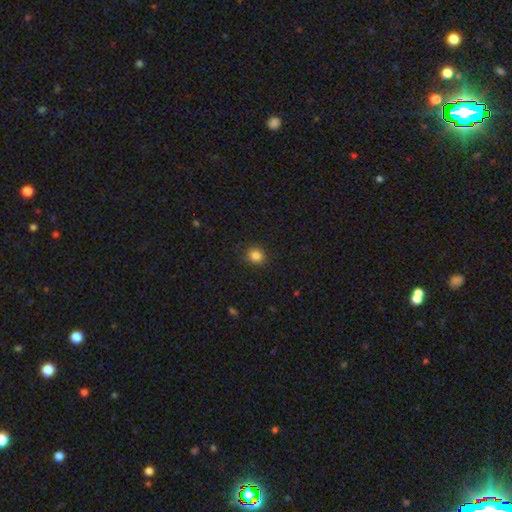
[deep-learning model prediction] Q: Smooth or featured?
A: smooth (84%); runner-up: star or artifact (12%)
Q: How rounded?
A: round (83%); runner-up: in between (16%)
Q: Merging?
A: none (89%); runner-up: minor disturbance (8%)